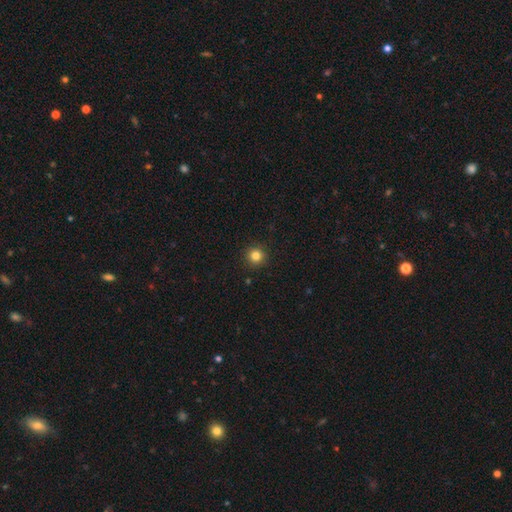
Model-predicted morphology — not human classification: Overall: smooth (83%). How rounded: round (95%). Merging: none (92%).